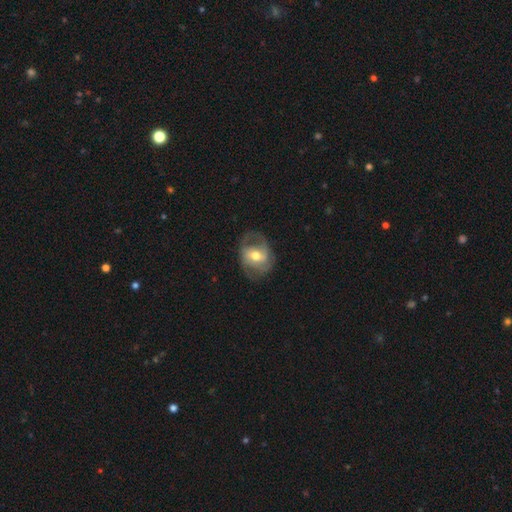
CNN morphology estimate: Smooth or featured? Predicted: featured or disk (p=0.67). Edge-on disk? Predicted: no (p=0.96). Bar? Predicted: no (p=0.46). Spiral arms? Predicted: yes (p=0.74). Bulge size? Predicted: moderate (p=0.73). Merging? Predicted: none (p=0.58).